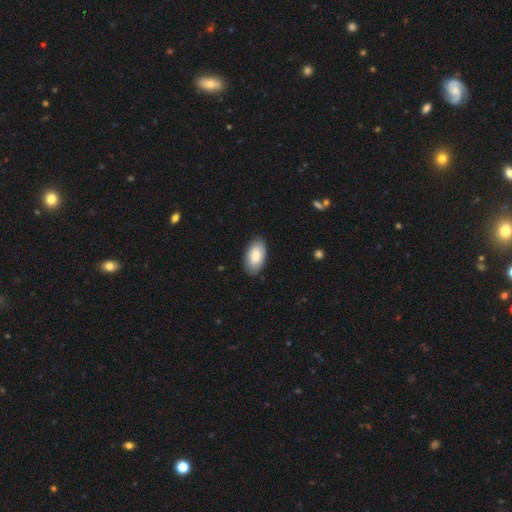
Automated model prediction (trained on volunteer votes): Morphology: type=smooth (86%); roundness=in between (95%); merging=none (86%).